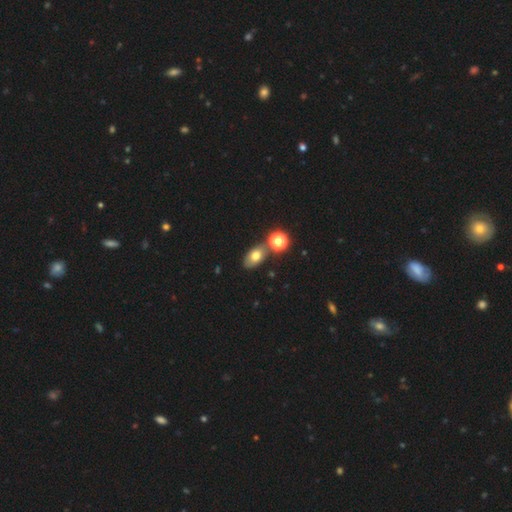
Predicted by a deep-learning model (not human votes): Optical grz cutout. It shows a smooth galaxy with no disk features (67%) that is in between round and cigar-shaped (84%). Merging: none (66%).